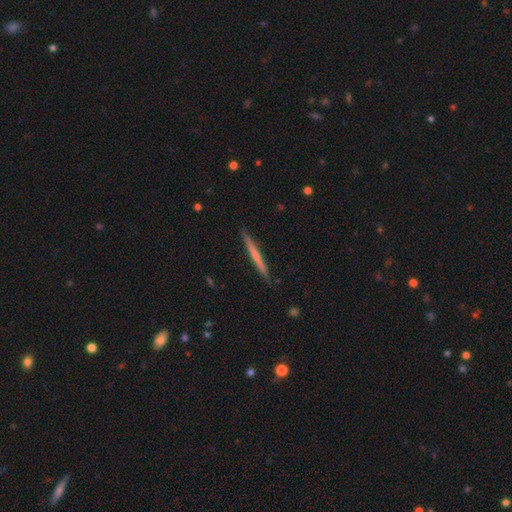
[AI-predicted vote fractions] This is possibly a smooth galaxy (52%). How rounded: clearly cigar-shaped (97%). Merging: clearly none (91%).